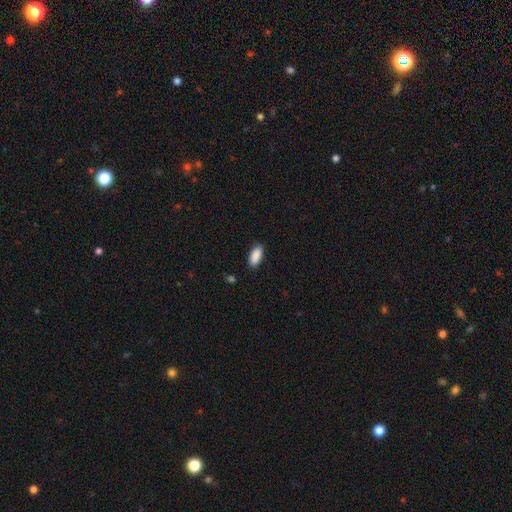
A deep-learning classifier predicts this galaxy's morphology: smooth 90%, star or artifact 6%, featured or disk 3%. Down the decision tree: how rounded — in between (89%); merging — none (87%).